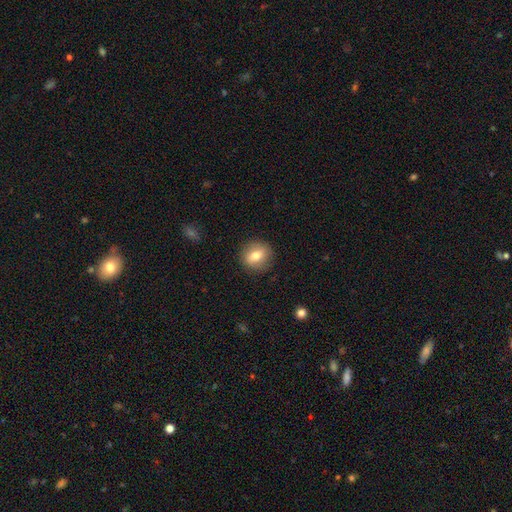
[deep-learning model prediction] Overall: smooth (74%). How rounded: round (77%). Merging: none (88%).